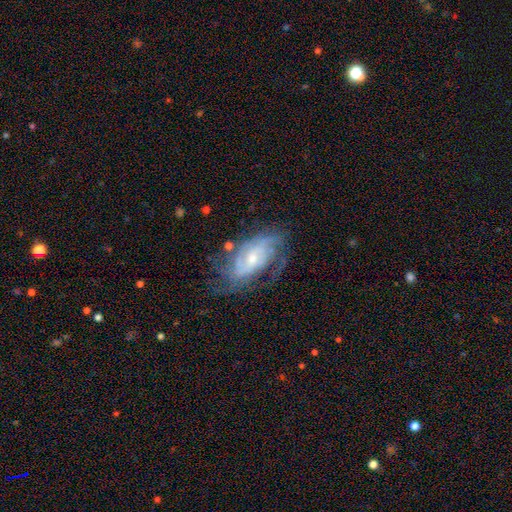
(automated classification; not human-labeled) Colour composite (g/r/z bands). It shows a featured or disk galaxy (79%) with no bar (52%), tight (50%) spiral arms (92%) and a small central bulge (55%). Merging: none (65%).